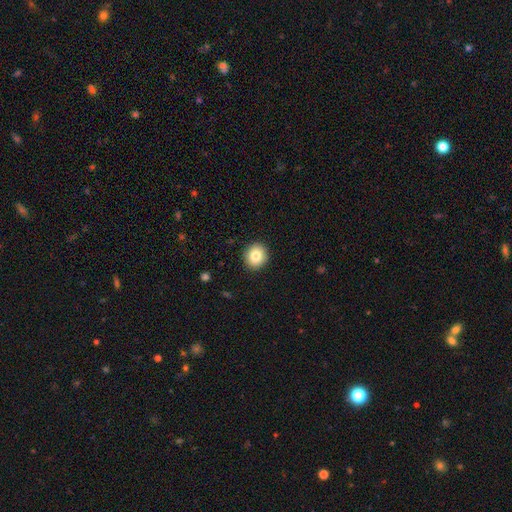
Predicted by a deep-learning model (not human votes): Smooth or featured?
  - smooth: 83% *
  - star or artifact: 9%
  - featured or disk: 8%
How rounded?
  - round: 84% *
  - in between: 15%
  - cigar-shaped: 1%
Merging?
  - none: 92% *
  - minor disturbance: 6%
  - major disturbance: 2%
  - merger: 1%